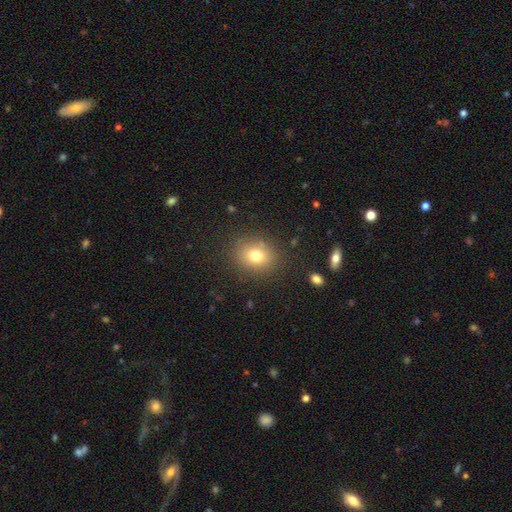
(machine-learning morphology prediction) A smooth galaxy with no disk features (76%) that is round (62%). Merging: none (84%).